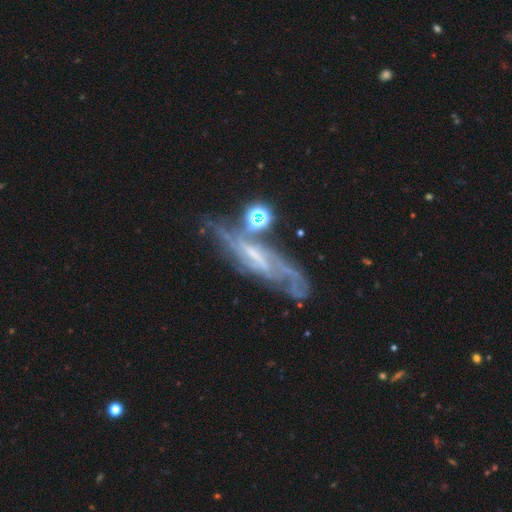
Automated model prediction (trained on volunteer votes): Smooth or featured? featured or disk (80%)
Edge-on disk? no (76%)
Bar? weak (41%)
Spiral arms? yes (88%)
Spiral winding? medium (44%)
Spiral arm count? 2 (43%)
Bulge size? small (46%)
Merging? none (53%)